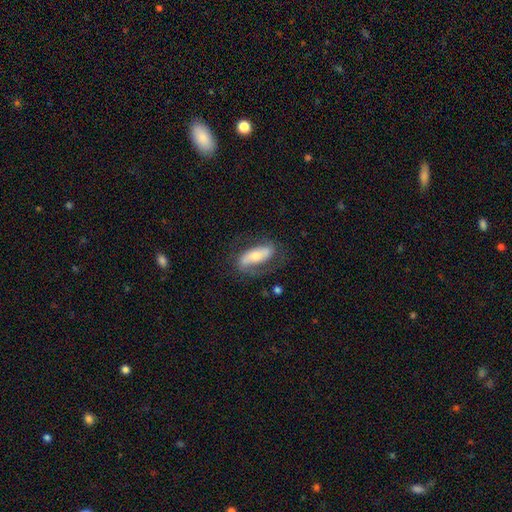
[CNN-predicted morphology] type=featured or disk (66%); edge-on=no (85%); bar=strong (39%); spiral arms=yes (83%); bulge=moderate (49%); merging=none (68%).